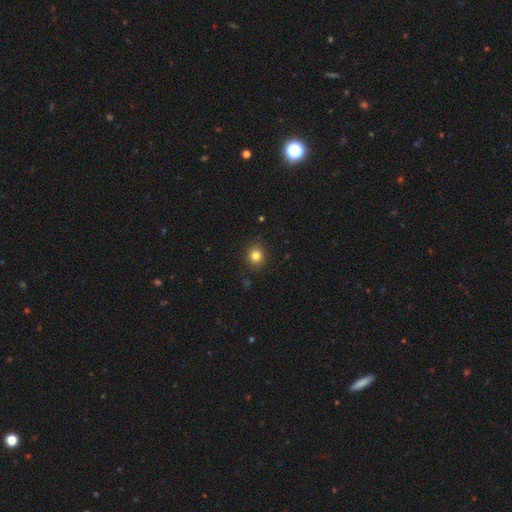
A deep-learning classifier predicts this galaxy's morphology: The model was most divided on "how rounded": round: 81%, in between: 18%, cigar-shaped: 1%. More confident: merging — none (88%); smooth or featured — smooth (82%).